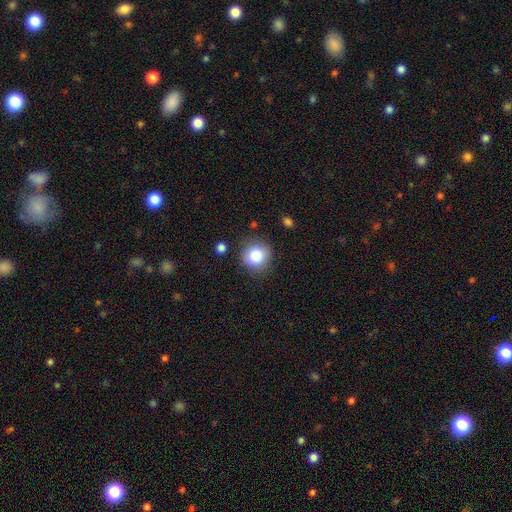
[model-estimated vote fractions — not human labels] Q: Smooth or featured?
A: smooth (85%); runner-up: star or artifact (9%)
Q: How rounded?
A: round (90%); runner-up: in between (9%)
Q: Merging?
A: none (84%); runner-up: minor disturbance (10%)